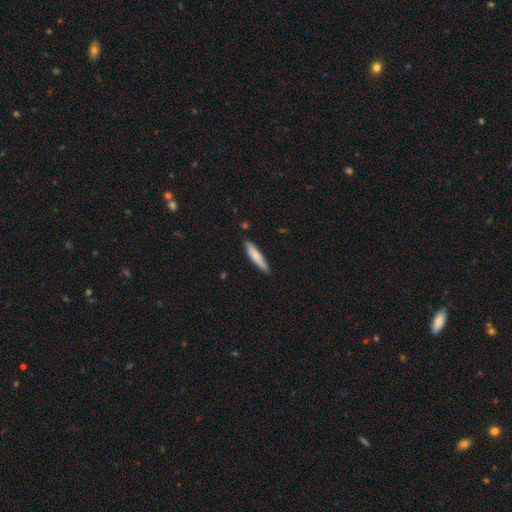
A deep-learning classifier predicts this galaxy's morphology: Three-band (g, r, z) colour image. It shows a smooth galaxy with no disk features (77%) that is cigar-shaped (85%). Merging: none (83%).